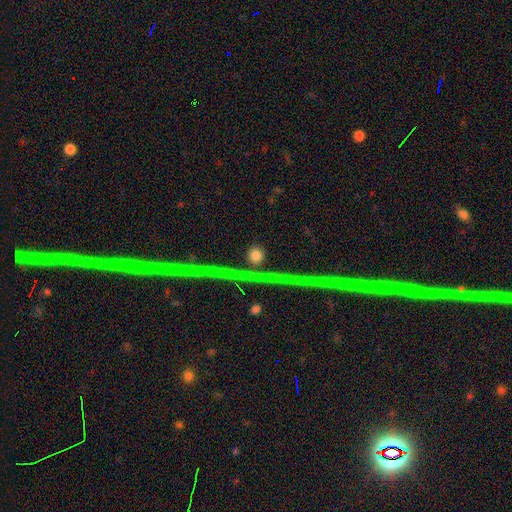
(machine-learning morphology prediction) Q: Smooth or featured?
A: smooth (63%); runner-up: star or artifact (25%)
Q: How rounded?
A: round (93%); runner-up: in between (5%)
Q: Merging?
A: none (86%); runner-up: minor disturbance (6%)